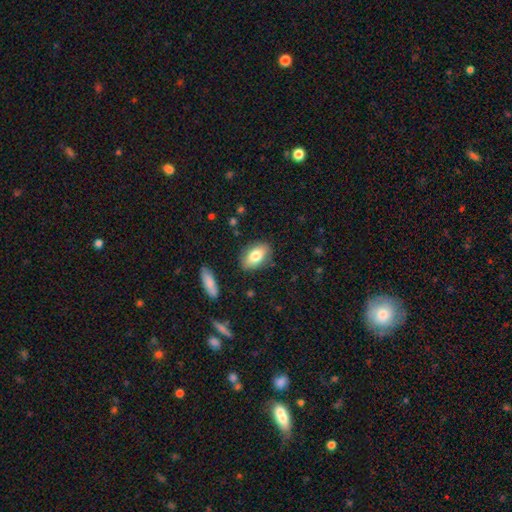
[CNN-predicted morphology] A smooth galaxy with no disk features (77%) that is in between round and cigar-shaped (87%). Merging: none (83%).